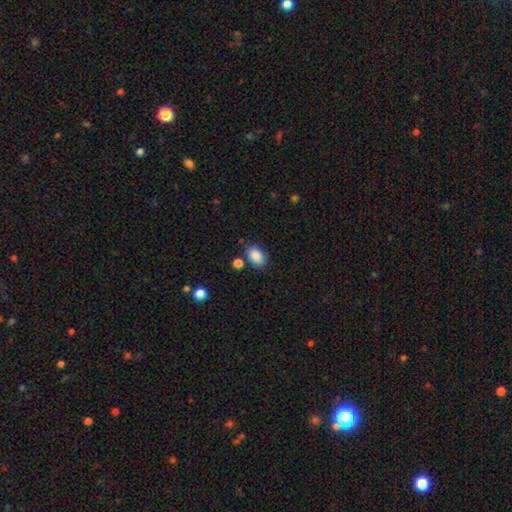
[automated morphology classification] type=smooth (88%); roundness=in between (83%); merging=none (76%).